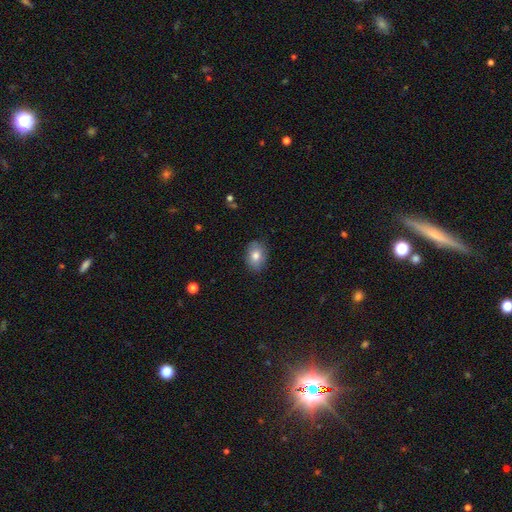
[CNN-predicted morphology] This is likely a smooth galaxy (79%). How rounded: likely in between (75%). Merging: clearly none (85%).